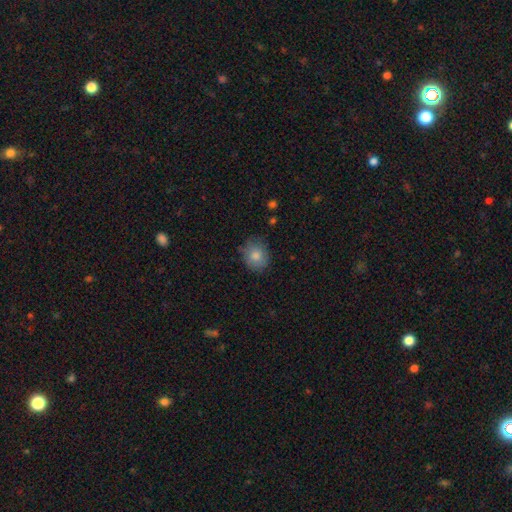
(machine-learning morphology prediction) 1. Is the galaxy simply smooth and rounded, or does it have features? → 81% smooth, 11% featured or disk, 8% star or artifact.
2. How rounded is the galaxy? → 63% round, 36% in between, 1% cigar-shaped.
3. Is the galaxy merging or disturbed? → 75% none, 19% minor disturbance, 4% major disturbance, 1% merger.